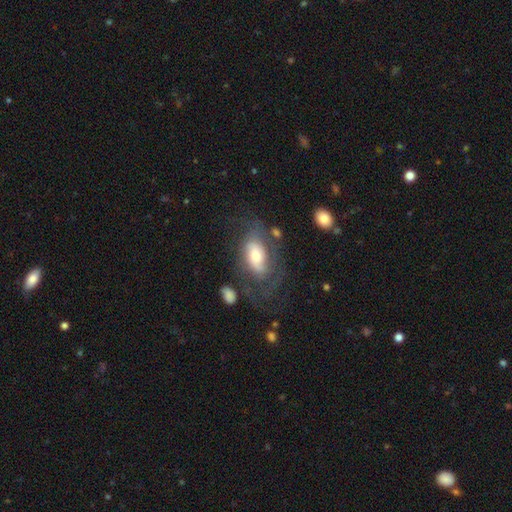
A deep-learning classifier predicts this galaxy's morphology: Smooth or featured? Predicted: featured or disk (p=0.61). Edge-on disk? Predicted: no (p=0.93). Bar? Predicted: no (p=0.64). Spiral arms? Predicted: yes (p=0.73). Bulge size? Predicted: moderate (p=0.52). Merging? Predicted: none (p=0.49).